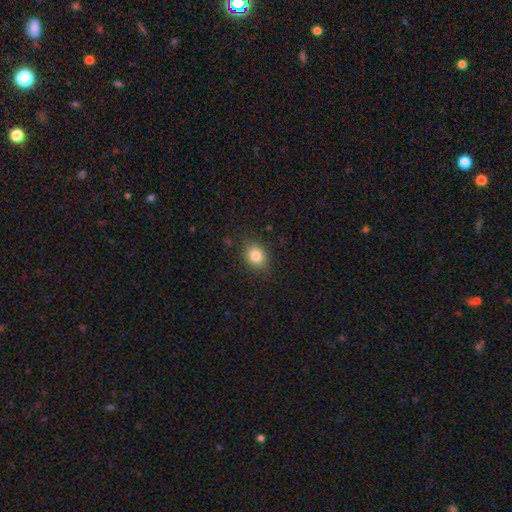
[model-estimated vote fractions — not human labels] Smooth or featured? Predicted: smooth (p=0.83). How rounded? Predicted: in between (p=0.61). Merging? Predicted: none (p=0.82).